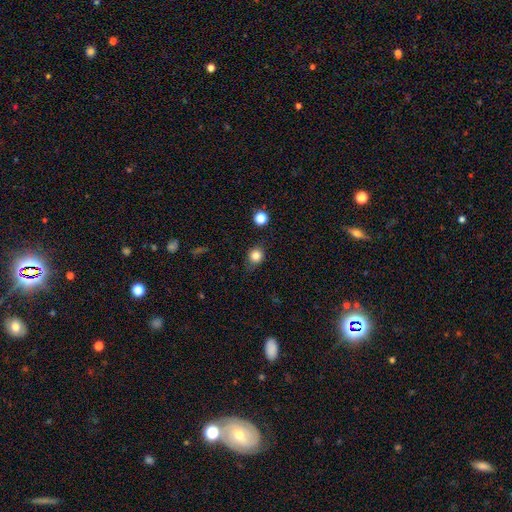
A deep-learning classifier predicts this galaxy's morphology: type=smooth (82%); roundness=round (78%); merging=none (77%).